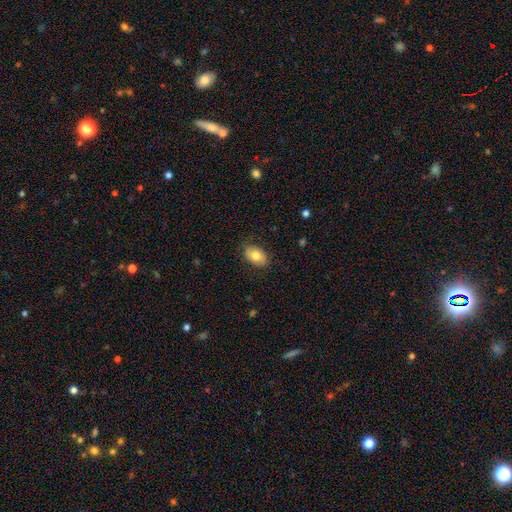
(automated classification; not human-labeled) smooth_or_featured: smooth (p=0.75) [alt: featured or disk p=0.18]
how_rounded: in between (p=0.87) [alt: round p=0.12]
merging: none (p=0.83) [alt: minor disturbance p=0.13]